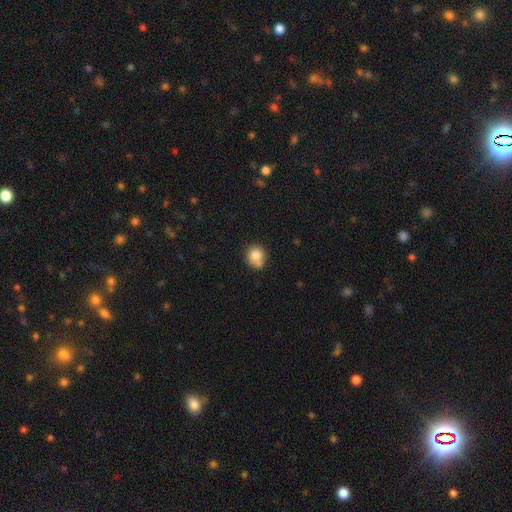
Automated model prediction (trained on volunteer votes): A smooth galaxy with no disk features (80%) that is round (83%).

Vote fractions:
- Smooth or featured? smooth: 80% / featured or disk: 10% / star or artifact: 10%
- How rounded? round: 83% / in between: 16% / cigar-shaped: 1%
- Merging? none: 58% / merger: 19% / minor disturbance: 18% / major disturbance: 5%